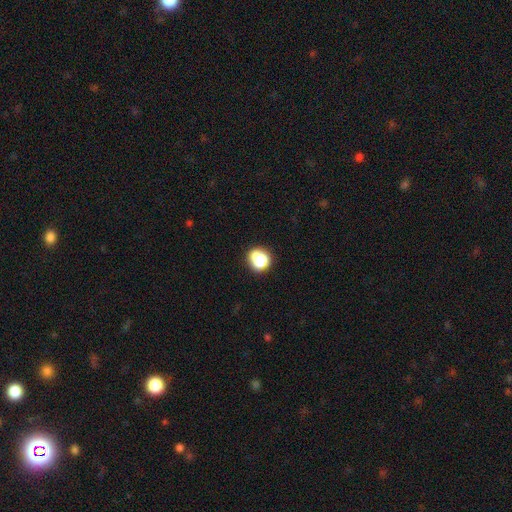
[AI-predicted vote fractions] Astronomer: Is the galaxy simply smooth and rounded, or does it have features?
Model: smooth — 74%.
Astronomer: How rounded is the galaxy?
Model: round — 77%.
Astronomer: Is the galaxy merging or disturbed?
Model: none — 57%.